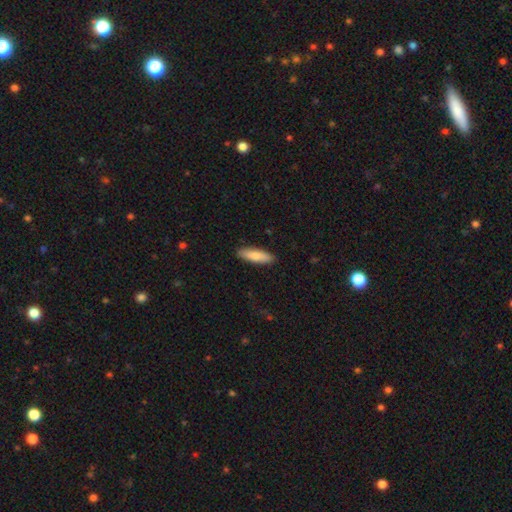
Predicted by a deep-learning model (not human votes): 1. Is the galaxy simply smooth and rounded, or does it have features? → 80% smooth, 15% featured or disk, 5% star or artifact.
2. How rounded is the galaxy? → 59% cigar-shaped, 40% in between, 2% round.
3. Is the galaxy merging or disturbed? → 90% none, 8% minor disturbance, 2% major disturbance, 1% merger.